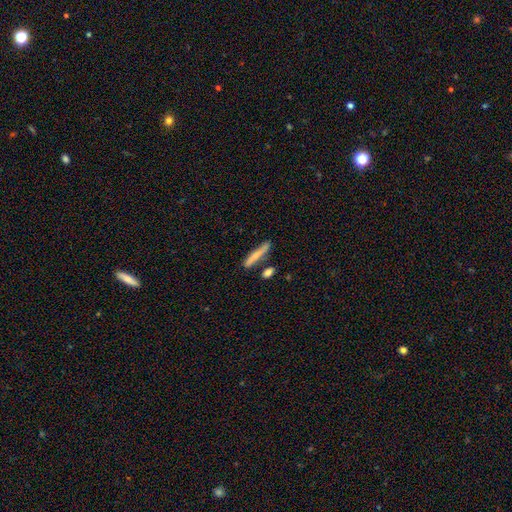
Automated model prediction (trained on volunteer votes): Q: Smooth or featured?
A: smooth (64%); runner-up: featured or disk (30%)
Q: How rounded?
A: cigar-shaped (89%); runner-up: in between (9%)
Q: Merging?
A: none (72%); runner-up: minor disturbance (16%)